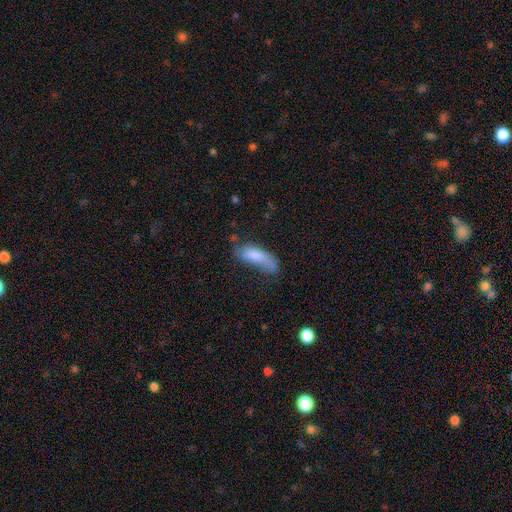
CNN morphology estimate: Smooth or featured: smooth — 76% (featured or disk — 16%)
How rounded: in between — 62% (cigar-shaped — 36%)
Merging: none — 33% (minor disturbance — 32%)